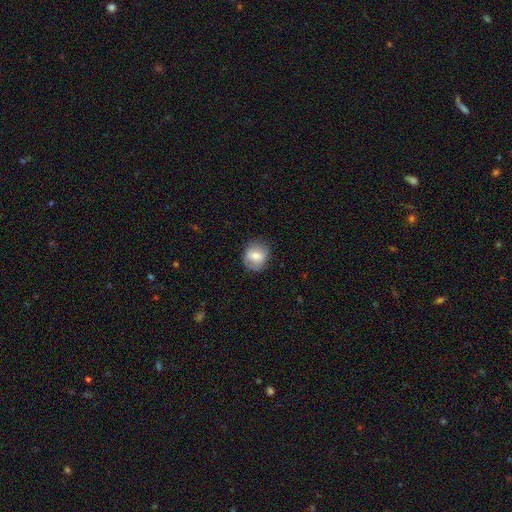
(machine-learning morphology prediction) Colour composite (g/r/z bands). It shows a smooth galaxy with no disk features (61%) that is round (74%). Merging: none (76%).